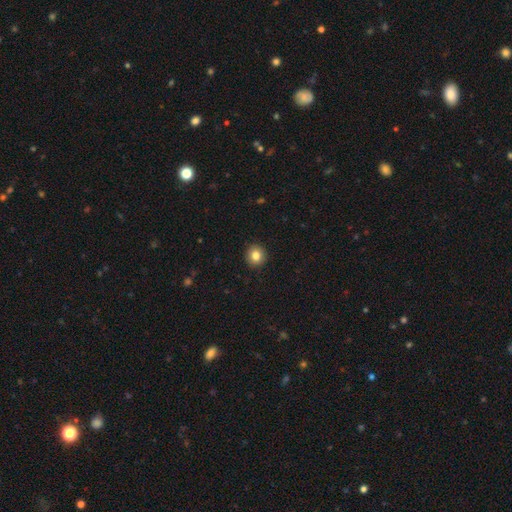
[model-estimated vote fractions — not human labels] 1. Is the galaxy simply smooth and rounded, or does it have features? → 83% smooth, 10% star or artifact, 7% featured or disk.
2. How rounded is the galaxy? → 90% round, 9% in between, 1% cigar-shaped.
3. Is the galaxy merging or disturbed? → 93% none, 5% minor disturbance, 1% major disturbance, 1% merger.